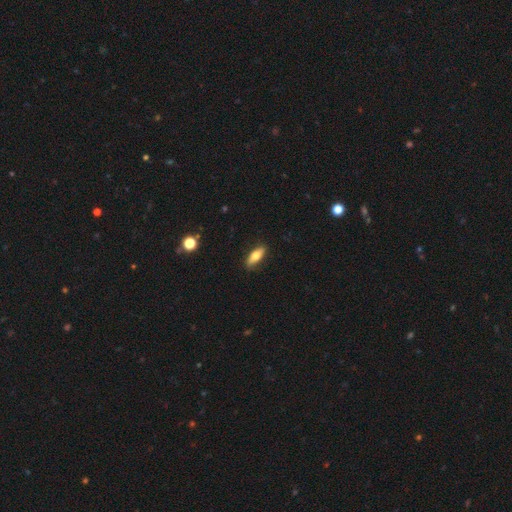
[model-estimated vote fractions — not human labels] smooth 70%, featured or disk 23%, star or artifact 7%. Down the decision tree: how rounded — in between (70%); merging — none (86%).